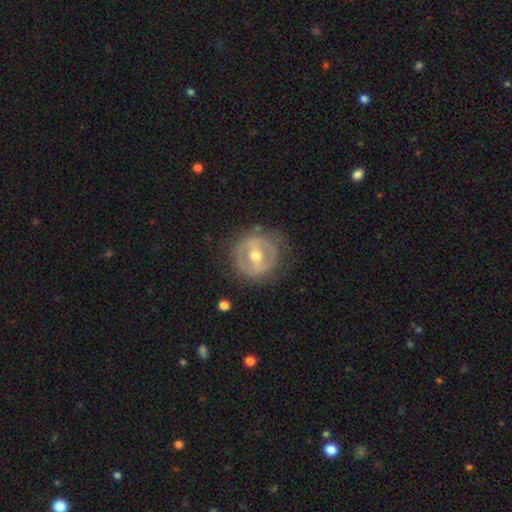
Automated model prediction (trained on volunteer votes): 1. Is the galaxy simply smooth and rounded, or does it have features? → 68% featured or disk, 27% smooth, 6% star or artifact.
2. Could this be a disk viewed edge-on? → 95% no, 5% yes.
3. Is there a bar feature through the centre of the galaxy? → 37% strong, 36% weak, 28% no.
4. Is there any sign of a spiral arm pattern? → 75% no, 25% yes.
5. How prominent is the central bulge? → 75% moderate, 18% small, 5% large, 1% none, 1% dominant.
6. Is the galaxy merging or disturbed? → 78% none, 14% minor disturbance, 7% major disturbance, 1% merger.